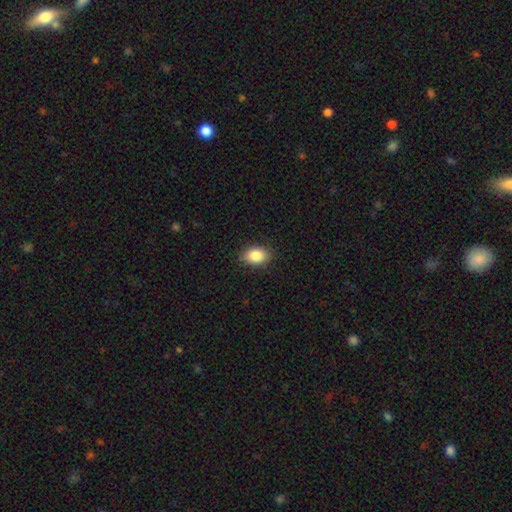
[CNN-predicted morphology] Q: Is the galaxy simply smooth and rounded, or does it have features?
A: smooth — 86%.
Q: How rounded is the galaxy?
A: in between — 81%.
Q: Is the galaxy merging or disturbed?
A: none — 88%.